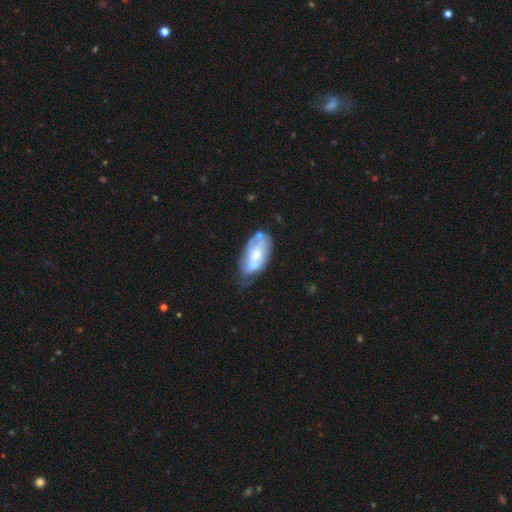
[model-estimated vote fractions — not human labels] Smooth or featured? featured or disk (50%)
Merging? none (42%)